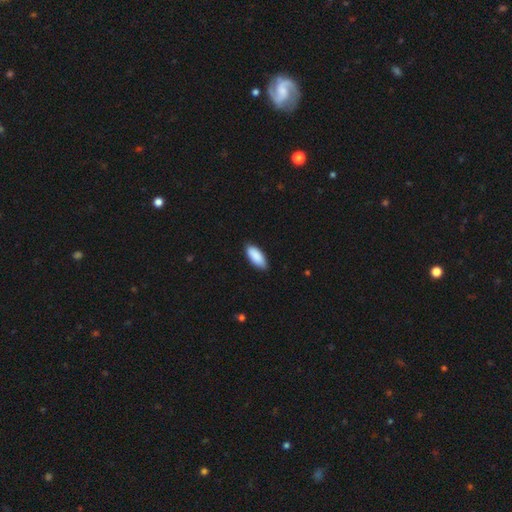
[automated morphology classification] Overall: smooth (90%). How rounded: in between (86%). Merging: none (85%).